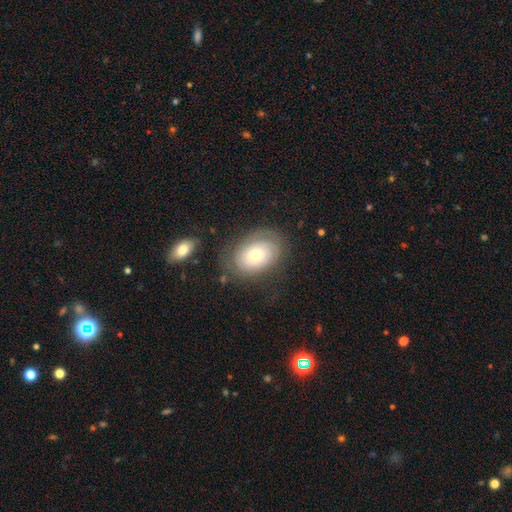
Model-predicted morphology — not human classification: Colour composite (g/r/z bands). It shows a featured or disk galaxy (49%). Merging: none (69%).